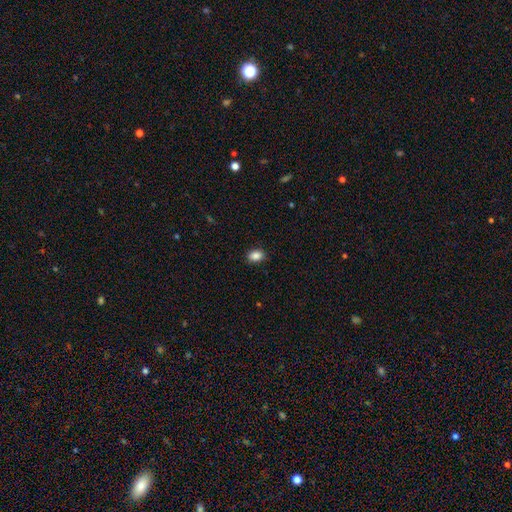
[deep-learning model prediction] This is clearly a smooth galaxy (88%). How rounded: likely in between (76%). Merging: clearly none (89%).